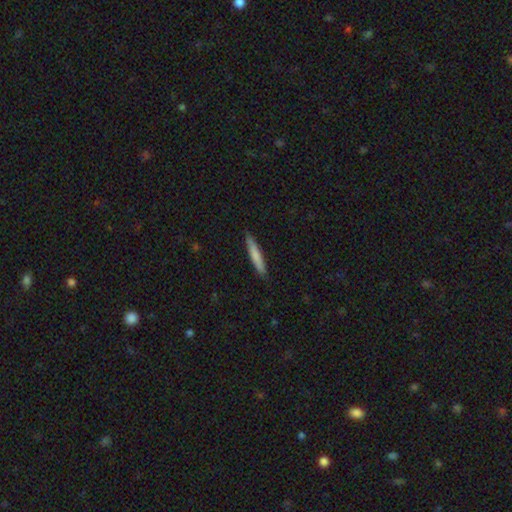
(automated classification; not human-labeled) A smooth galaxy with no disk features (76%) that is cigar-shaped (94%).

Vote fractions:
- Smooth or featured? smooth: 76% / featured or disk: 19% / star or artifact: 5%
- How rounded? cigar-shaped: 94% / in between: 5% / round: 1%
- Merging? none: 90% / minor disturbance: 8% / major disturbance: 1% / merger: 1%